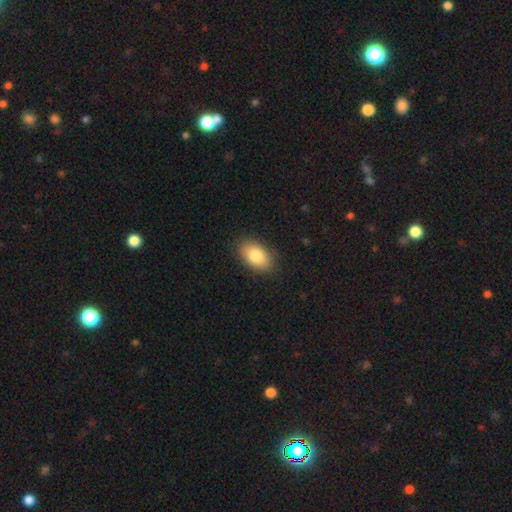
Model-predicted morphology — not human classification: Smooth or featured?
  - smooth: 83% *
  - featured or disk: 10%
  - star or artifact: 7%
How rounded?
  - in between: 92% *
  - round: 7%
  - cigar-shaped: 1%
Merging?
  - none: 87% *
  - minor disturbance: 10%
  - major disturbance: 2%
  - merger: 1%